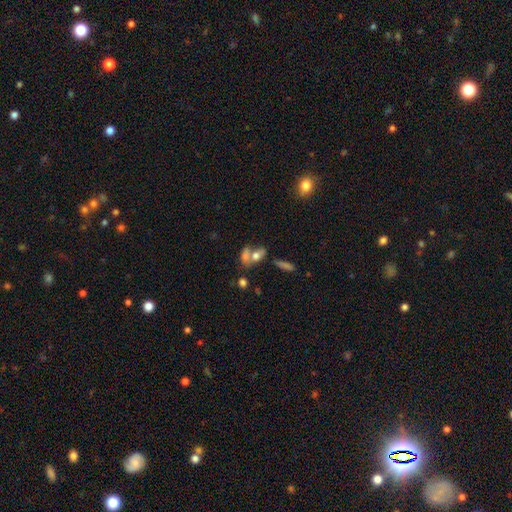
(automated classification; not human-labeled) Smooth or featured? smooth (63%)
How rounded? in between (75%)
Merging? merger (49%)